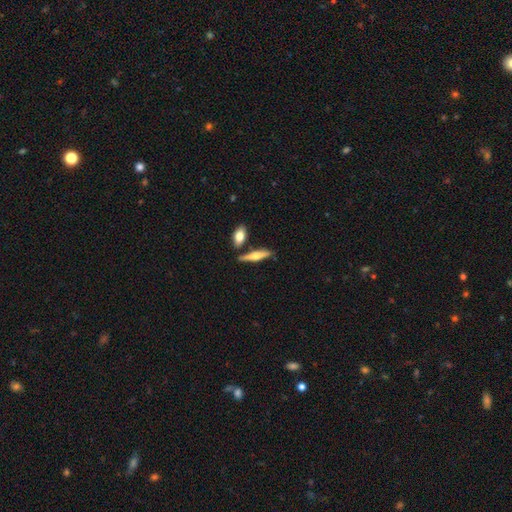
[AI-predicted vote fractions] Smooth or featured? featured or disk (48%)
Merging? none (74%)